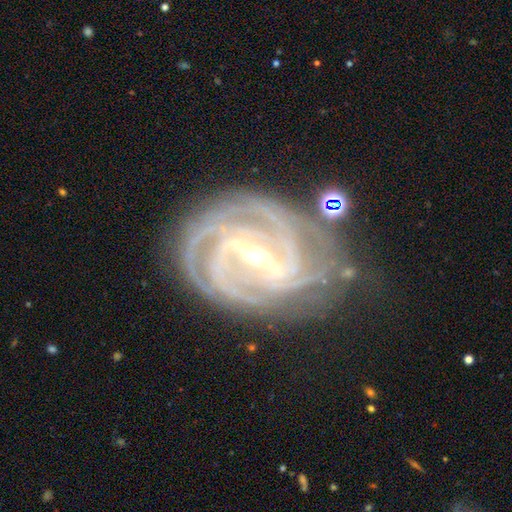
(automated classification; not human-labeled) Overall: featured or disk (92%). Edge-on disk: no (97%). Bar: strong (70%). Spiral arms: yes (98%). Spiral arm count: 3 (31%; 4 26%). Spiral winding: tight (77%). Bulge size: small (48%; moderate 47%). Merging: none (70%).